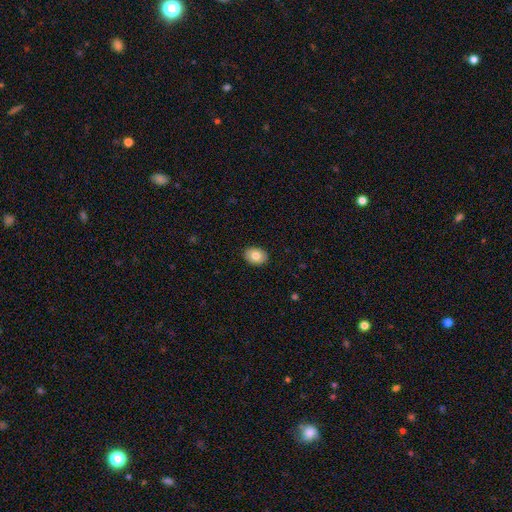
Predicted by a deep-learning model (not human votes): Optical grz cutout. It shows a smooth galaxy with no disk features (78%) that is in between round and cigar-shaped (65%). Merging: none (90%).